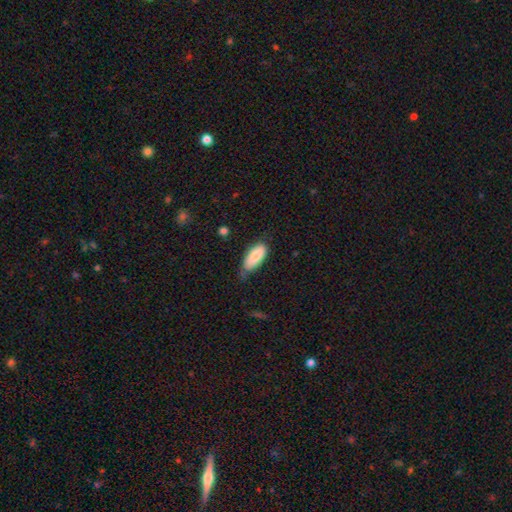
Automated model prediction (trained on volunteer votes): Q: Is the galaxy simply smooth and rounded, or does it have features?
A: smooth — 85%.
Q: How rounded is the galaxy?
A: in between — 85%.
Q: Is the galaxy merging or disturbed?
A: none — 52%.